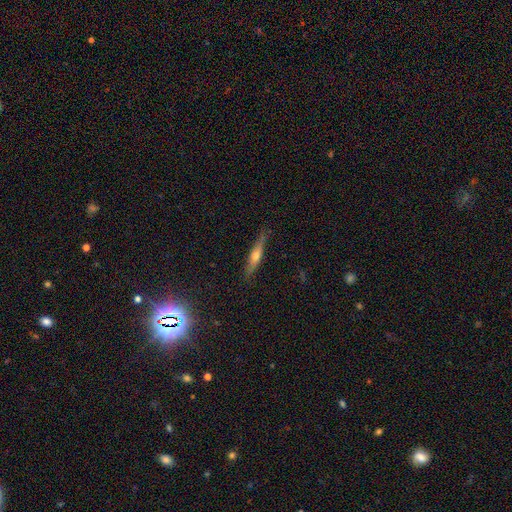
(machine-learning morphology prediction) Smooth or featured? Predicted: featured or disk (p=0.55). Edge-on disk? Predicted: yes (p=0.94). Edge-on bulge? Predicted: rounded (p=0.84). Merging? Predicted: none (p=0.83).